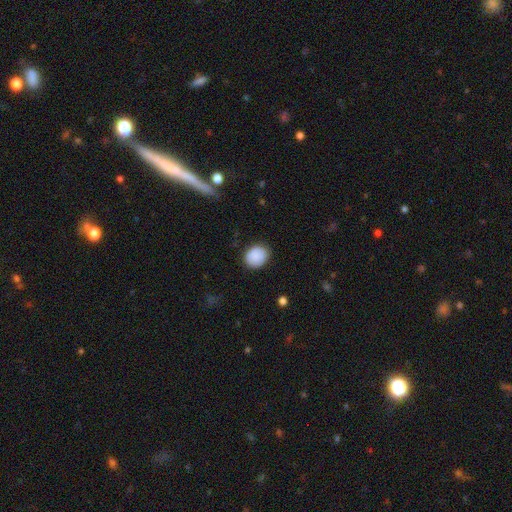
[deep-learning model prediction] Smooth or featured? smooth (88%)
How rounded? round (64%)
Merging? none (84%)